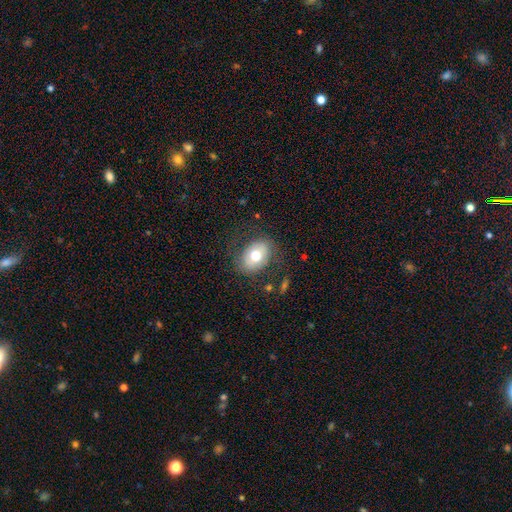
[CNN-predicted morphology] smooth-or-featured: smooth: 68% | featured or disk: 24% | star or artifact: 8%
  how-rounded: in between: 72% | round: 26% | cigar-shaped: 1%
  merging: none: 75% | minor disturbance: 15% | major disturbance: 8% | merger: 2%